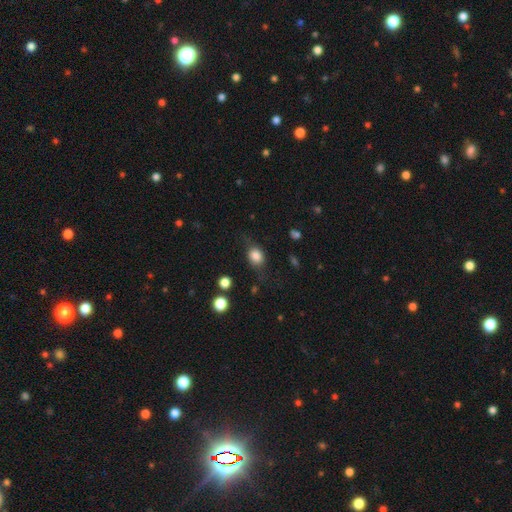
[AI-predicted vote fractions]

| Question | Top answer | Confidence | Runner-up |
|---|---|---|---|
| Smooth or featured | smooth | 79% | featured or disk (11%) |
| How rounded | in between | 51% | round (47%) |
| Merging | none | 66% | minor disturbance (22%) |